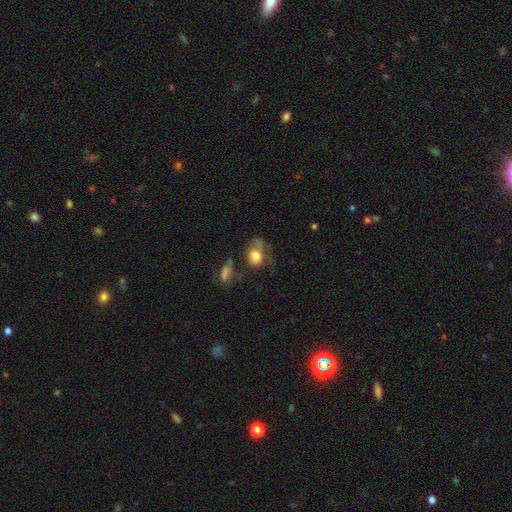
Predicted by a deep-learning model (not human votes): Smooth or featured?
  - smooth: 71% *
  - featured or disk: 19%
  - star or artifact: 10%
How rounded?
  - in between: 61% *
  - round: 37%
  - cigar-shaped: 2%
Merging?
  - major disturbance: 33% *
  - none: 31%
  - minor disturbance: 25%
  - merger: 11%